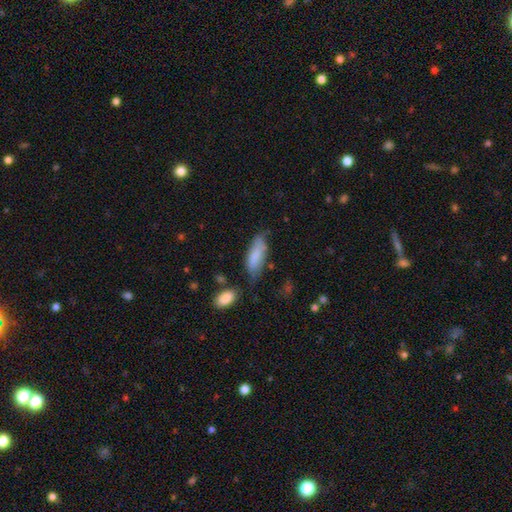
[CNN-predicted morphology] A smooth galaxy with no disk features (80%) that is in between round and cigar-shaped (67%).

Vote fractions:
- Smooth or featured? smooth: 80% / featured or disk: 13% / star or artifact: 7%
- How rounded? in between: 67% / cigar-shaped: 31% / round: 2%
- Merging? none: 53% / minor disturbance: 31% / major disturbance: 10% / merger: 6%